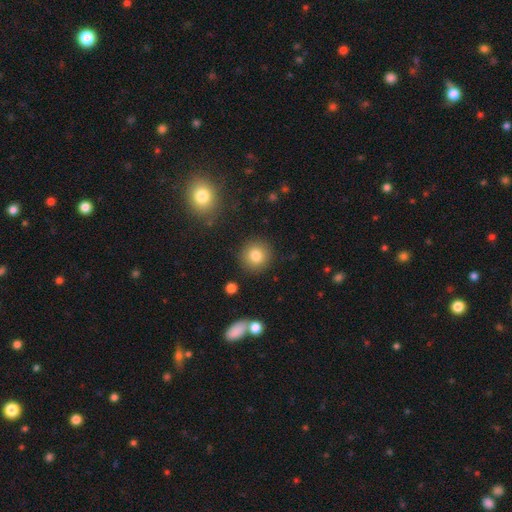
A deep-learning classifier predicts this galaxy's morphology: Q: Smooth or featured?
A: smooth (81%); runner-up: star or artifact (10%)
Q: How rounded?
A: round (92%); runner-up: in between (7%)
Q: Merging?
A: none (89%); runner-up: minor disturbance (7%)